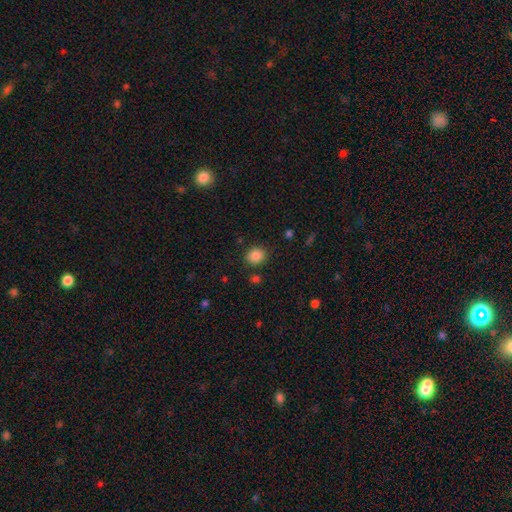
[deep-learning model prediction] Morphology: type=smooth (85%); roundness=round (73%); merging=none (85%).